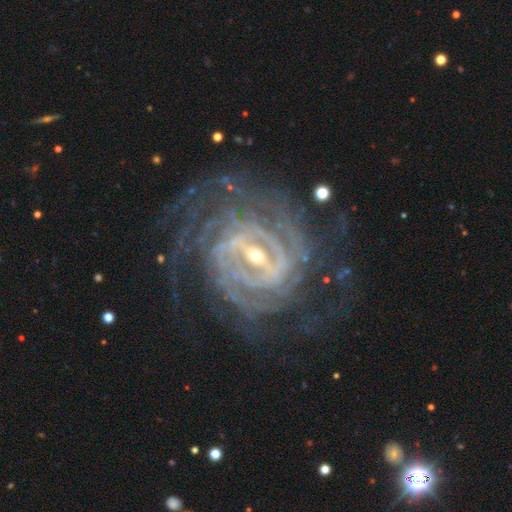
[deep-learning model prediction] Morphology: type=featured or disk (92%); edge-on=no (96%); bar=strong (59%); spiral arms=yes (97%); winding=tight (78%); arm count=can't tell (27%); bulge=small (63%); merging=none (75%).